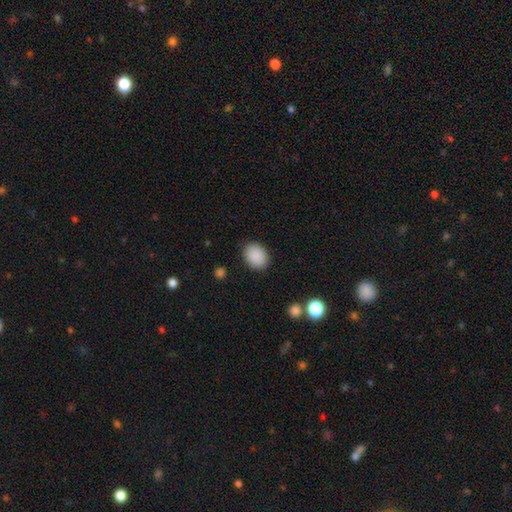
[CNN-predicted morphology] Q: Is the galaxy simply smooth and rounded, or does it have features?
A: smooth — 90%.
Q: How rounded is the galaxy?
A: in between — 60%.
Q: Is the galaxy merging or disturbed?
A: none — 88%.